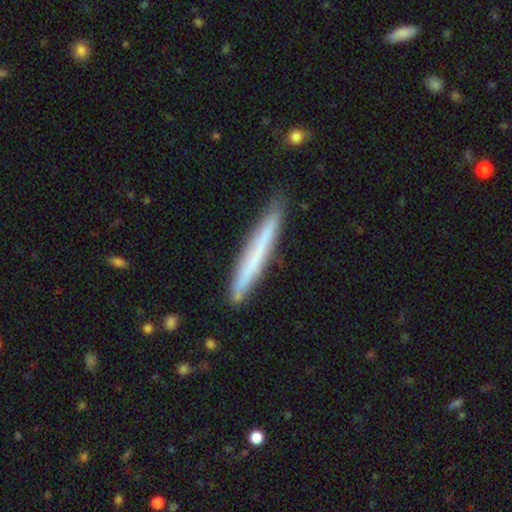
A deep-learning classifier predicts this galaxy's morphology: Smooth or featured?
  - smooth: 59% *
  - featured or disk: 35%
  - star or artifact: 6%
How rounded?
  - cigar-shaped: 97% *
  - in between: 2%
  - round: 1%
Merging?
  - none: 86% *
  - minor disturbance: 11%
  - major disturbance: 2%
  - merger: 1%